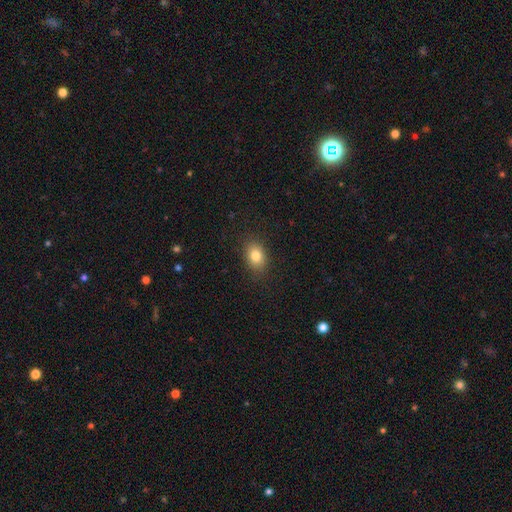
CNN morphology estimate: Smooth or featured: smooth — 82% (star or artifact — 10%)
How rounded: in between — 74% (round — 25%)
Merging: none — 86% (minor disturbance — 10%)